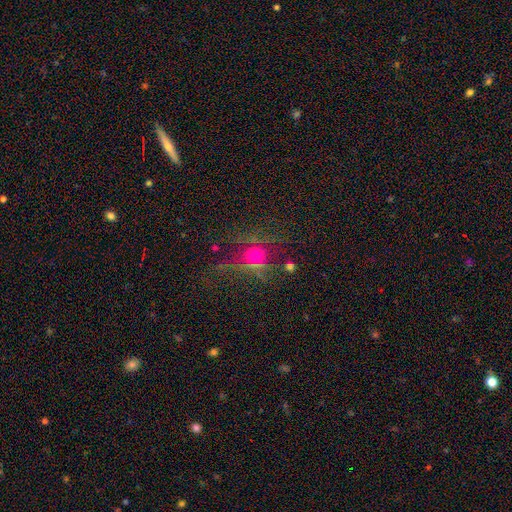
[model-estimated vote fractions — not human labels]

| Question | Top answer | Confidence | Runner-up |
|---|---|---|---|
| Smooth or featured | smooth | 42% | star or artifact (40%) |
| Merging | none | 72% | minor disturbance (13%) |